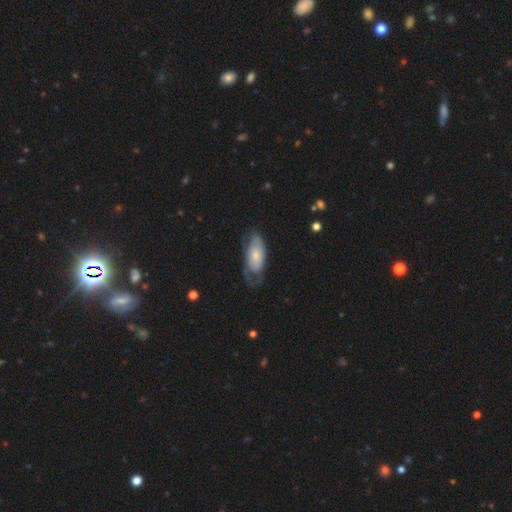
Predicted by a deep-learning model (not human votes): Smooth or featured? Predicted: featured or disk (p=0.48). Merging? Predicted: none (p=0.44).